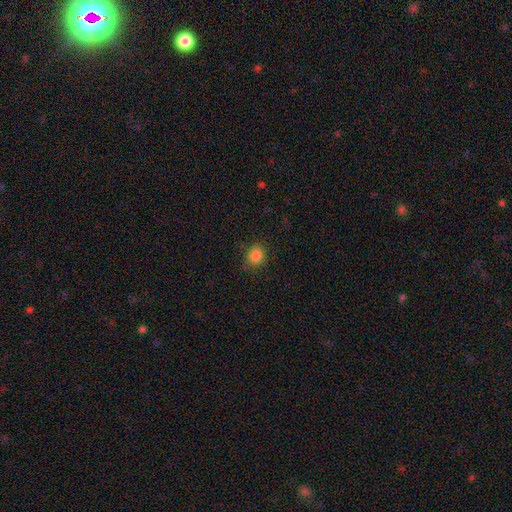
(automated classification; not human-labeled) A smooth galaxy with no disk features (84%) that is round (67%).

Vote fractions:
- Smooth or featured? smooth: 84% / star or artifact: 11% / featured or disk: 4%
- How rounded? round: 67% / in between: 32% / cigar-shaped: 1%
- Merging? none: 81% / minor disturbance: 14% / major disturbance: 4% / merger: 1%